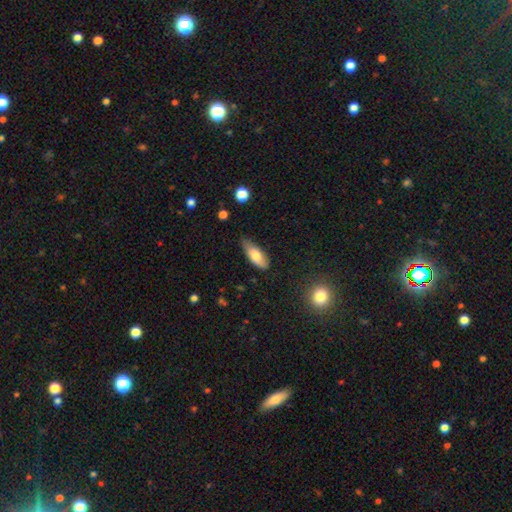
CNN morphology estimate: smooth-or-featured: smooth: 75% | featured or disk: 18% | star or artifact: 7%
  how-rounded: in between: 76% | cigar-shaped: 22% | round: 2%
  merging: none: 57% | minor disturbance: 35% | major disturbance: 6% | merger: 2%